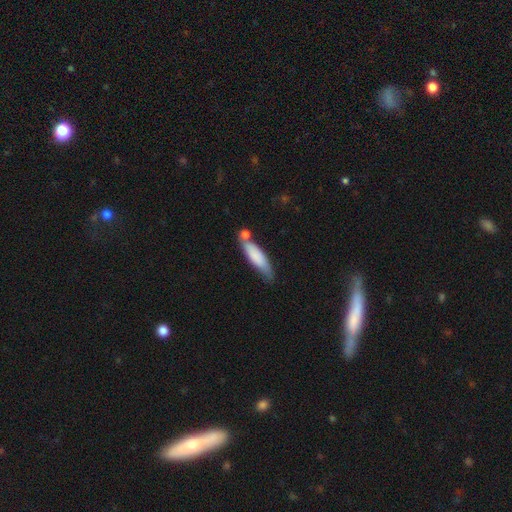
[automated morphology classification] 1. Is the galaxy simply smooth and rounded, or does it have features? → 77% smooth, 17% featured or disk, 6% star or artifact.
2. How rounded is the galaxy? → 66% cigar-shaped, 33% in between, 2% round.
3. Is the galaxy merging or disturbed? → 52% none, 22% merger, 21% minor disturbance, 5% major disturbance.